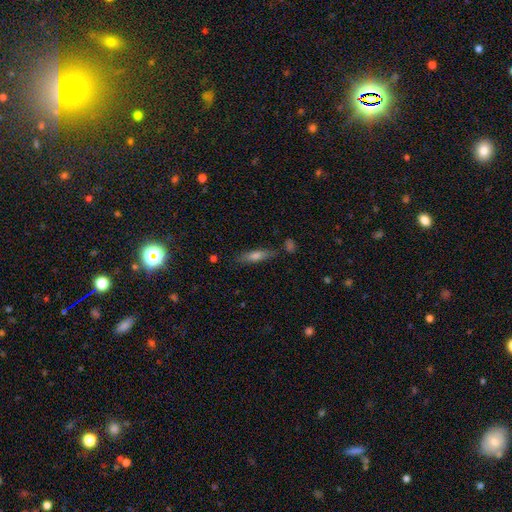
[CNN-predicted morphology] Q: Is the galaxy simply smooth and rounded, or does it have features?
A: smooth — 60%.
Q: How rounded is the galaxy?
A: cigar-shaped — 75%.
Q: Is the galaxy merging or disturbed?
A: none — 79%.